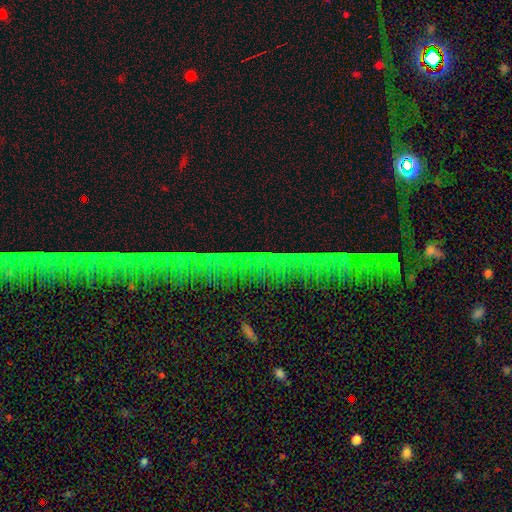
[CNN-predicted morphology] The model was most divided on "smooth or featured": star or artifact: 85%, featured or disk: 8%, smooth: 6%.